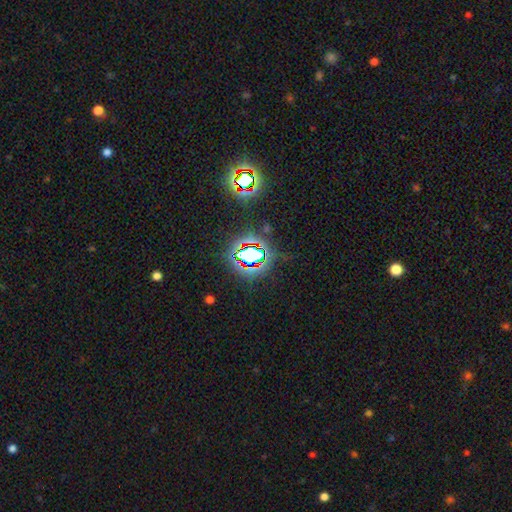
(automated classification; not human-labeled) Smooth or featured? star or artifact (79%)